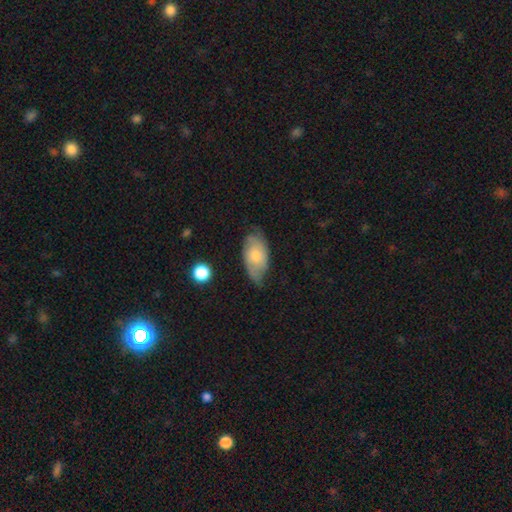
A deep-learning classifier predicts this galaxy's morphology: Q: Smooth or featured?
A: featured or disk (48%); runner-up: smooth (45%)
Q: Merging?
A: none (63%); runner-up: minor disturbance (29%)